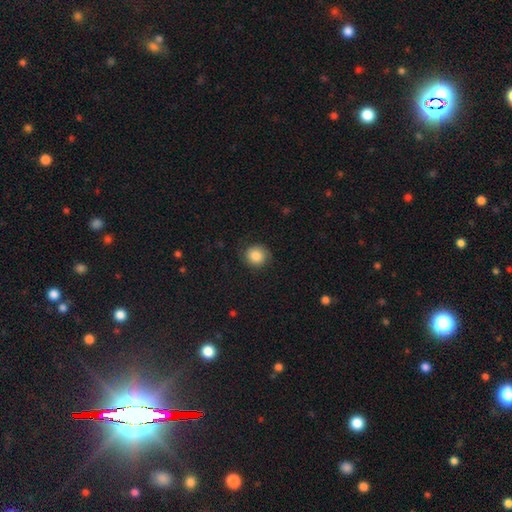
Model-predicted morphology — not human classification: This appears to be a smooth galaxy with no disk features (84%) that is round (87%). Merging: none (80%).